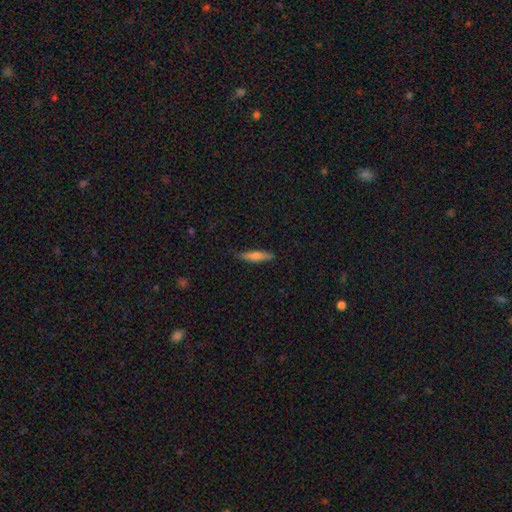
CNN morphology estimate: Smooth or featured?
  - smooth: 60% *
  - featured or disk: 34%
  - star or artifact: 7%
How rounded?
  - cigar-shaped: 83% *
  - in between: 15%
  - round: 2%
Merging?
  - none: 85% *
  - minor disturbance: 12%
  - major disturbance: 2%
  - merger: 1%